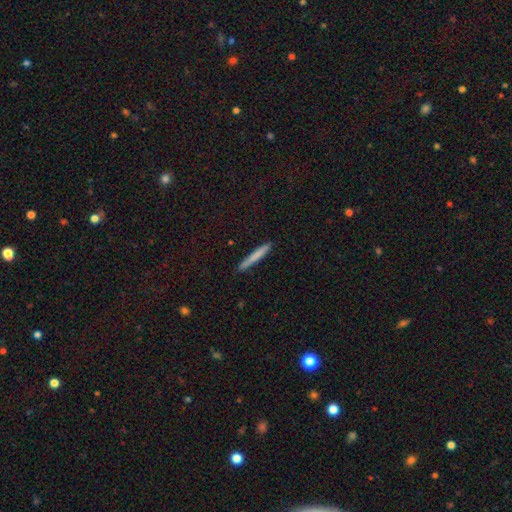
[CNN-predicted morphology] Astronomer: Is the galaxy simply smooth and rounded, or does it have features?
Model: smooth — 74%.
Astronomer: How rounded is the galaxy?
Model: cigar-shaped — 96%.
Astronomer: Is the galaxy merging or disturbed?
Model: none — 89%.